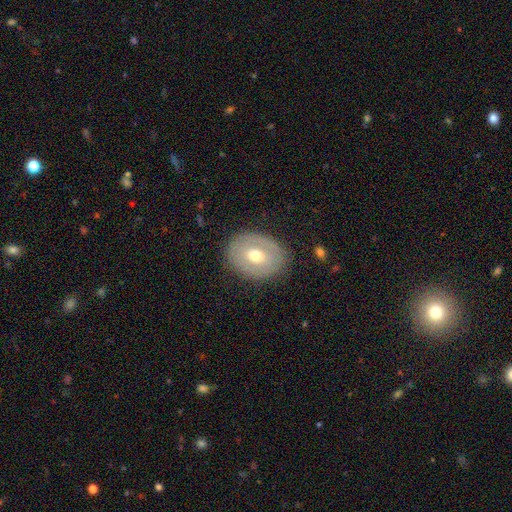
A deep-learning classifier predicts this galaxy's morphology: This is possibly a smooth galaxy (48%). Merging: clearly none (81%).